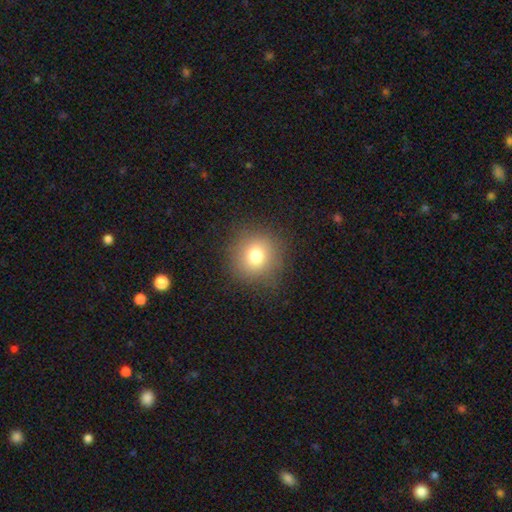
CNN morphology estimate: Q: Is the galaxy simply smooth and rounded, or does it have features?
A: smooth — 76%.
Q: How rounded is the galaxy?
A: round — 90%.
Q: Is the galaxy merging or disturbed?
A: none — 85%.